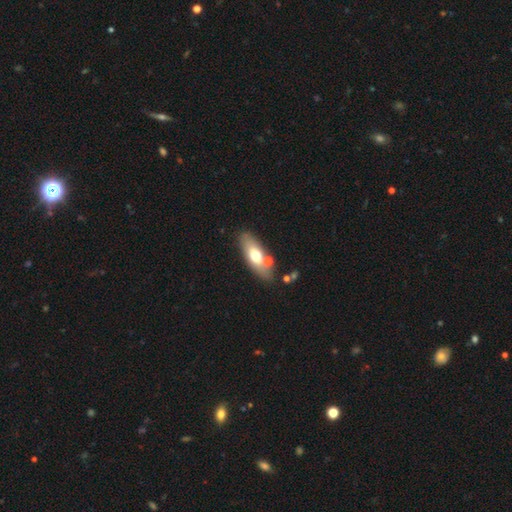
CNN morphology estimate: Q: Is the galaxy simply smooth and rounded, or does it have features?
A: smooth — 59%.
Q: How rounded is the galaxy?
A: in between — 69%.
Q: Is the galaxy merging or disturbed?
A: none — 74%.